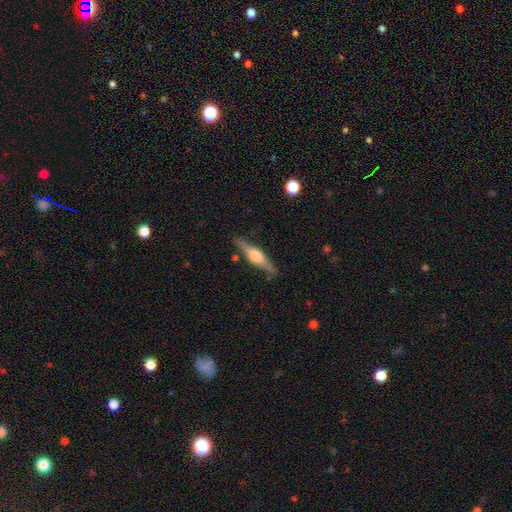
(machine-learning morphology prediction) This appears to be a featured or disk galaxy (68%) viewed edge-on (96%) with a rounded central bulge (87%). Merging: none (85%).